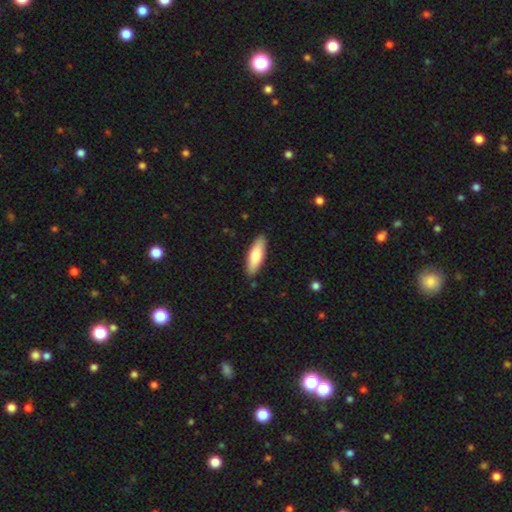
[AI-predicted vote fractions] This is likely a smooth galaxy (76%). How rounded: possibly in between (54%). Merging: clearly none (88%).